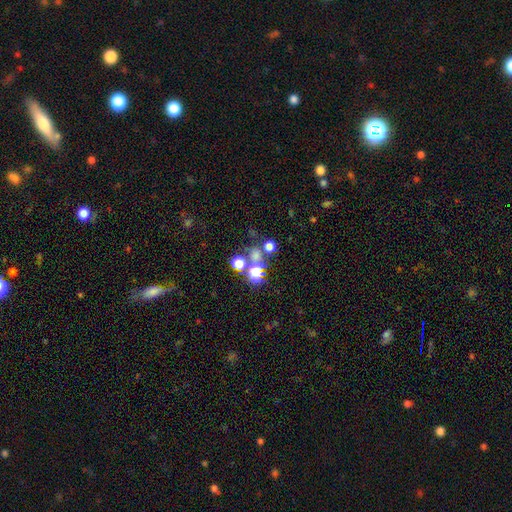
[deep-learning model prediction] smooth-or-featured: smooth: 55% | star or artifact: 36% | featured or disk: 9%
  how-rounded: round: 88% | in between: 11% | cigar-shaped: 1%
  merging: none: 64% | merger: 24% | minor disturbance: 7% | major disturbance: 5%